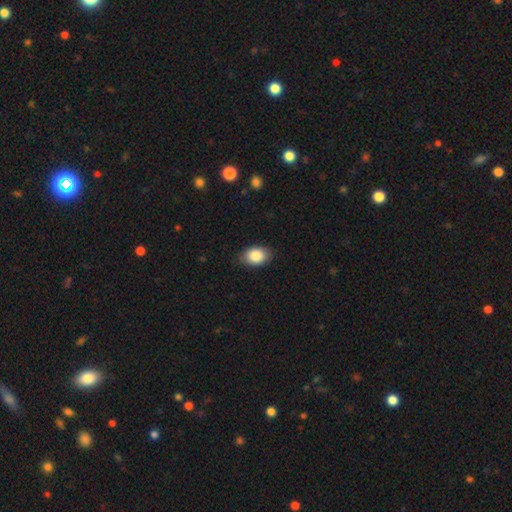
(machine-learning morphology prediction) smooth 86%, star or artifact 7%, featured or disk 6%. Down the decision tree: how rounded — in between (83%); merging — none (83%).